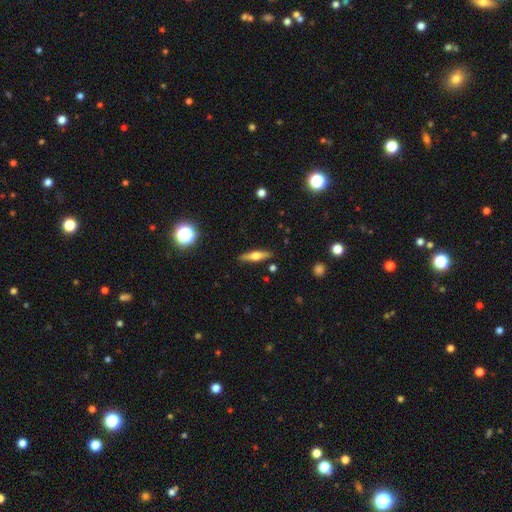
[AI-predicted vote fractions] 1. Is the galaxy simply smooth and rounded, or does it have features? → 50% featured or disk, 43% smooth, 7% star or artifact.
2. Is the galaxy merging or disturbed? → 88% none, 8% minor disturbance, 2% major disturbance, 2% merger.